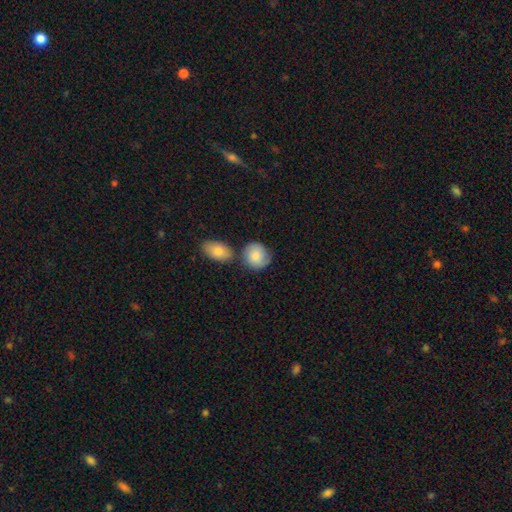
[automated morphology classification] Smooth or featured? Predicted: smooth (p=0.76). How rounded? Predicted: round (p=0.75). Merging? Predicted: none (p=0.56).